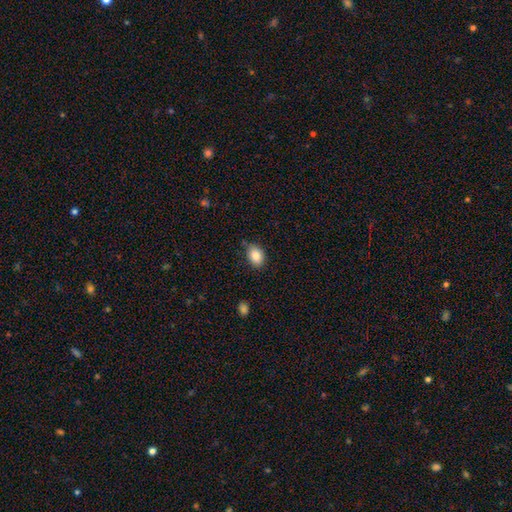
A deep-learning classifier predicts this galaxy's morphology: Smooth or featured? Predicted: smooth (p=0.85). How rounded? Predicted: in between (p=0.75). Merging? Predicted: none (p=0.77).